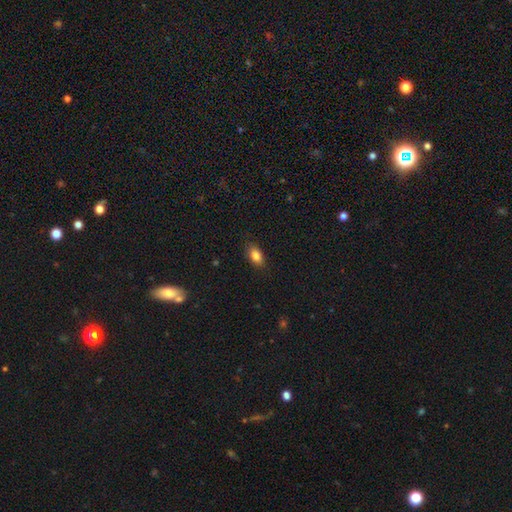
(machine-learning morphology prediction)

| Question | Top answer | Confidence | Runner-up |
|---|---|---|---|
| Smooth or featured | smooth | 84% | star or artifact (9%) |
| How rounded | in between | 88% | round (8%) |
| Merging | none | 86% | minor disturbance (11%) |